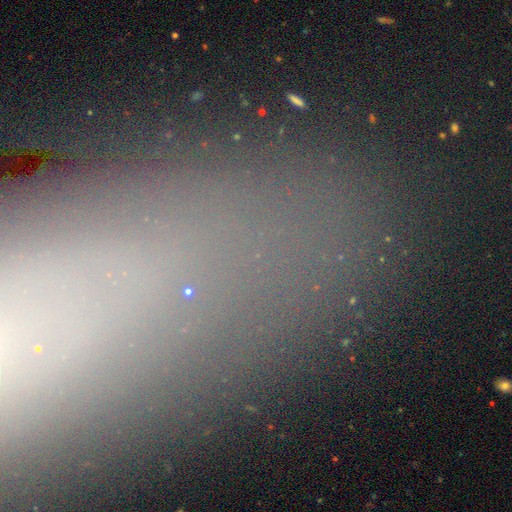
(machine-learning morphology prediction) Smooth or featured? Predicted: star or artifact (p=0.51).